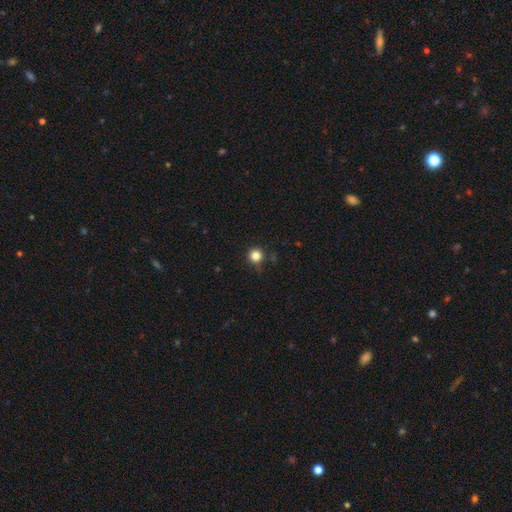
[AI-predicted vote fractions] Smooth or featured: smooth — 83% (star or artifact — 13%)
How rounded: round — 95% (in between — 4%)
Merging: none — 84% (minor disturbance — 11%)